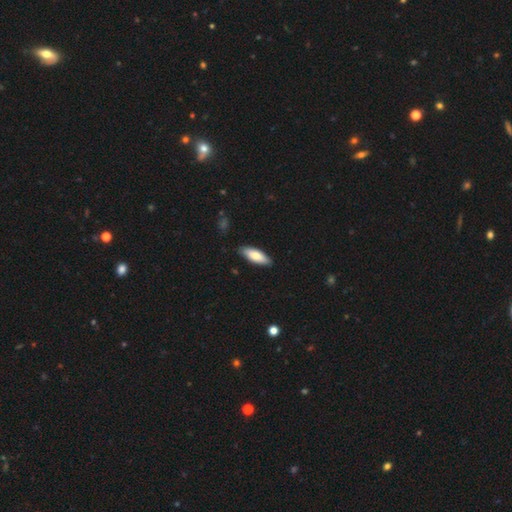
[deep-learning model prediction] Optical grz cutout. It shows a smooth galaxy with no disk features (74%) that is in between round and cigar-shaped (69%). Merging: none (86%).